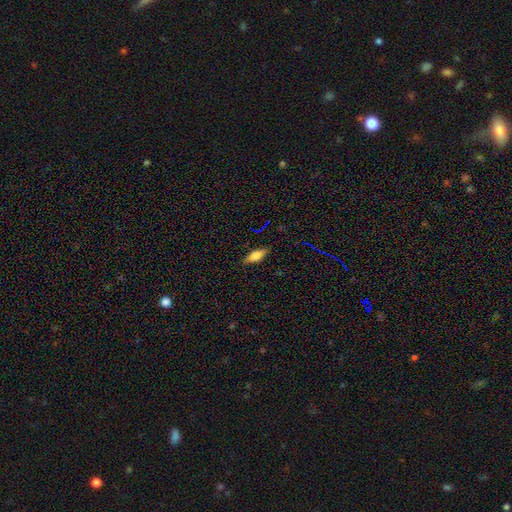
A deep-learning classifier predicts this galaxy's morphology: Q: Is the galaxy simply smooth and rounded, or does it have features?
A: smooth — 73%.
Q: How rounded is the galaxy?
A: in between — 69%.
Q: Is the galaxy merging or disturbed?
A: none — 85%.